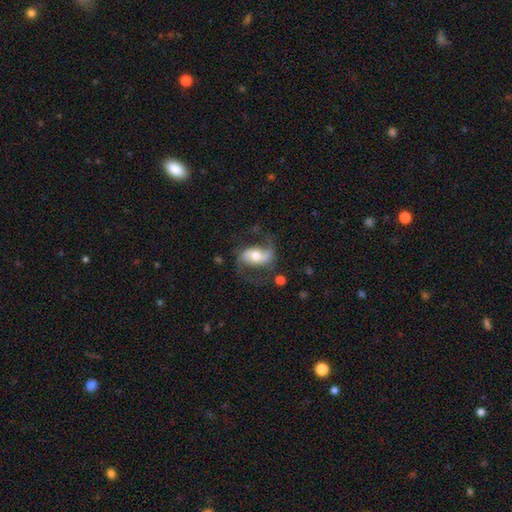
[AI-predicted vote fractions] Smooth or featured? Predicted: featured or disk (p=0.73). Edge-on disk? Predicted: no (p=0.95). Bar? Predicted: no (p=0.38). Spiral arms? Predicted: yes (p=0.91). Spiral winding? Predicted: loose (p=0.59). Spiral arm count? Predicted: 2 (p=0.88). Bulge size? Predicted: moderate (p=0.66). Merging? Predicted: none (p=0.61).